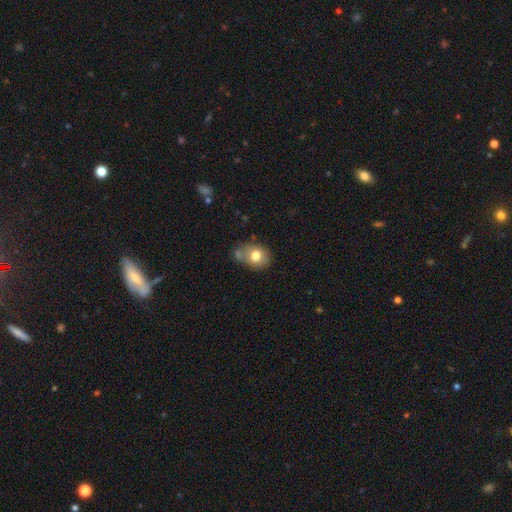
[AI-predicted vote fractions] A smooth galaxy with no disk features (76%) that is in between round and cigar-shaped (53%). Merging: none (53%).